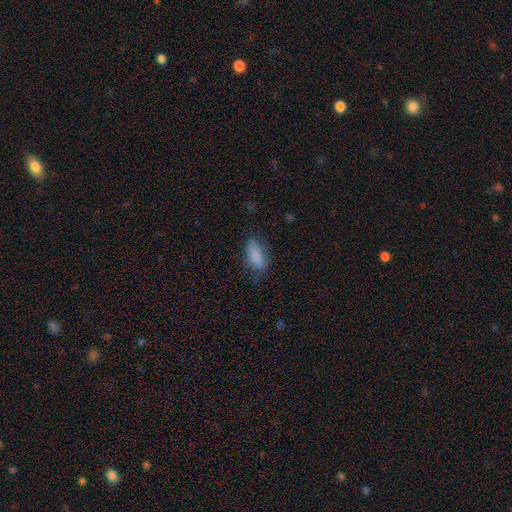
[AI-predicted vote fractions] The model was most divided on "merging": none: 70%, minor disturbance: 22%, major disturbance: 7%, merger: 1%. More confident: smooth or featured — smooth (83%); how rounded — in between (82%).